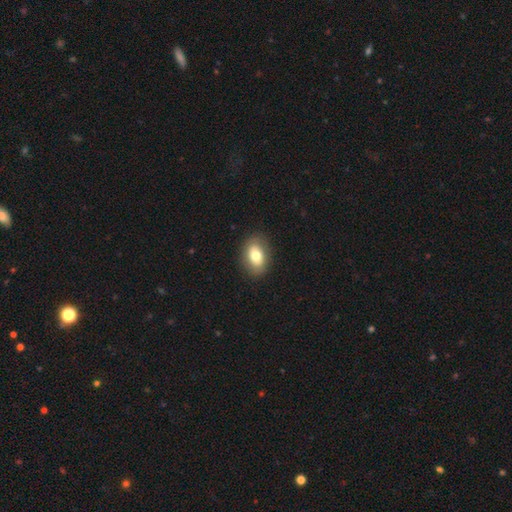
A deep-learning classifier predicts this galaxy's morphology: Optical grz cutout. It shows a smooth galaxy with no disk features (71%) that is in between round and cigar-shaped (83%). Merging: none (86%).